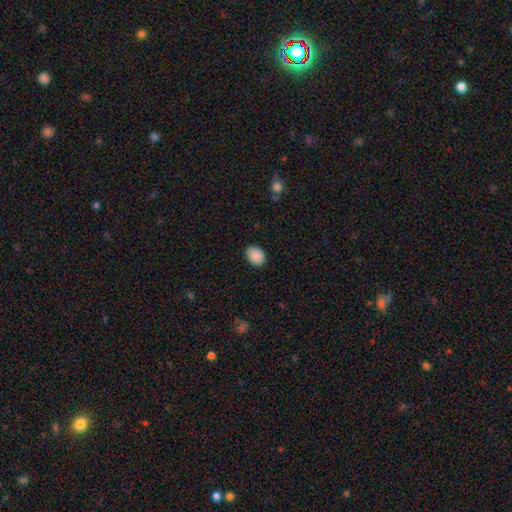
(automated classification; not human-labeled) Morphology: type=smooth (90%); roundness=in between (65%); merging=none (86%).